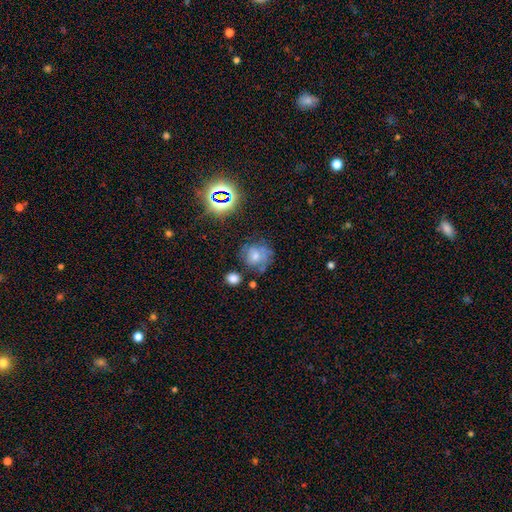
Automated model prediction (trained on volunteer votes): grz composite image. It shows a smooth galaxy with no disk features (56%) that is round (76%). Merging: none (53%).